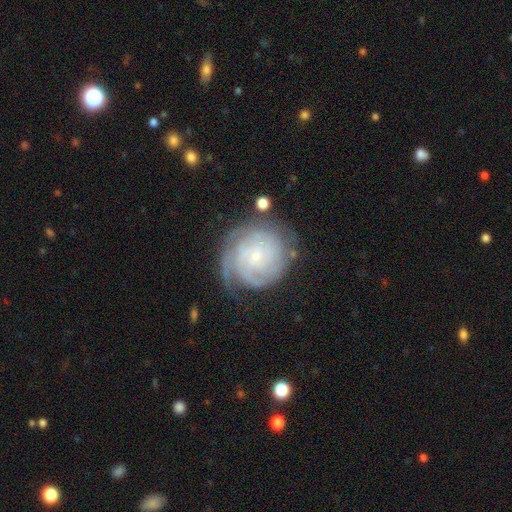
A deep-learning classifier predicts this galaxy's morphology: type=featured or disk (79%); edge-on=no (98%); bar=no (72%); spiral arms=yes (94%); winding=tight (76%); arm count=can't tell (40%); bulge=small (82%); merging=none (67%).